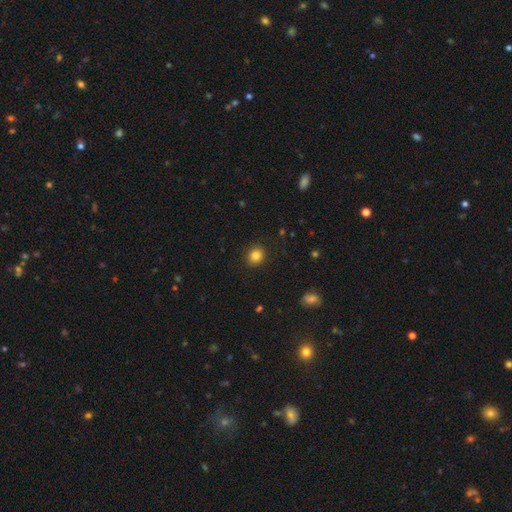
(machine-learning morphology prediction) The model was most divided on "how rounded": round: 78%, in between: 21%, cigar-shaped: 1%. More confident: merging — none (90%); smooth or featured — smooth (83%).